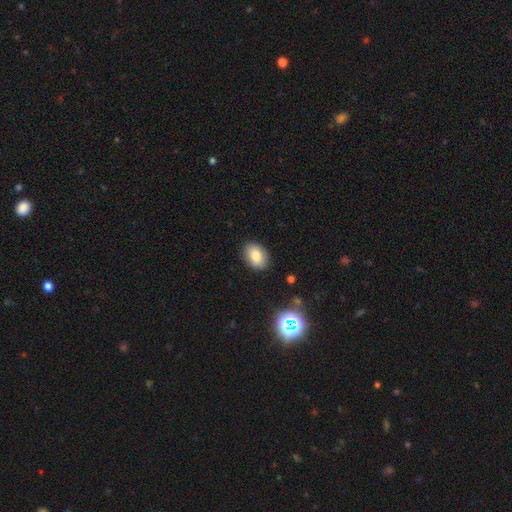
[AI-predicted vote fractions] Morphology: type=smooth (83%); roundness=in between (83%); merging=none (87%).